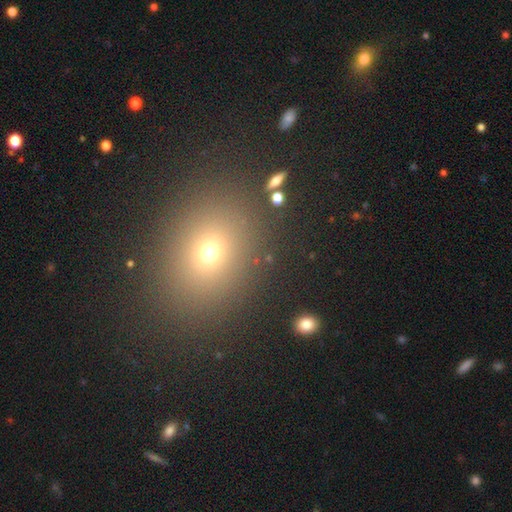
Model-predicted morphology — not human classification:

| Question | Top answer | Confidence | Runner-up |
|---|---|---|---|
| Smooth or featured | smooth | 63% | star or artifact (29%) |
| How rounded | round | 55% | in between (44%) |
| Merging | none | 89% | minor disturbance (6%) |